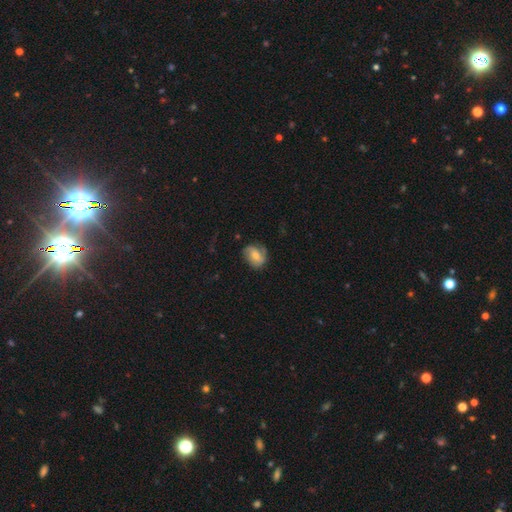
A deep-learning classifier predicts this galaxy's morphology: smooth-or-featured: smooth: 47% | featured or disk: 45% | star or artifact: 8%
  merging: none: 59% | minor disturbance: 27% | major disturbance: 12% | merger: 2%